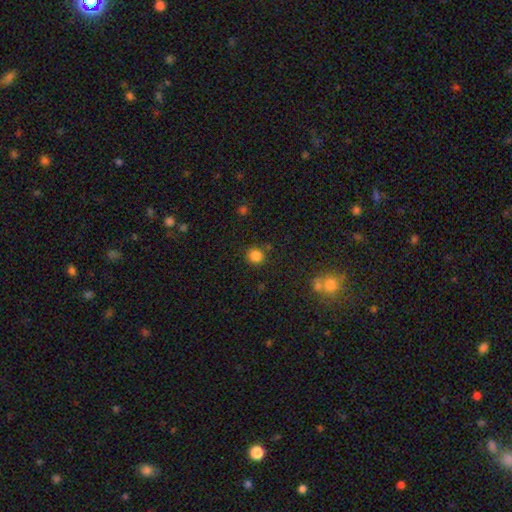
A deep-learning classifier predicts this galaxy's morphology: The model was most divided on "smooth or featured": smooth: 83%, star or artifact: 13%, featured or disk: 4%. More confident: how rounded — round (90%); merging — none (83%).